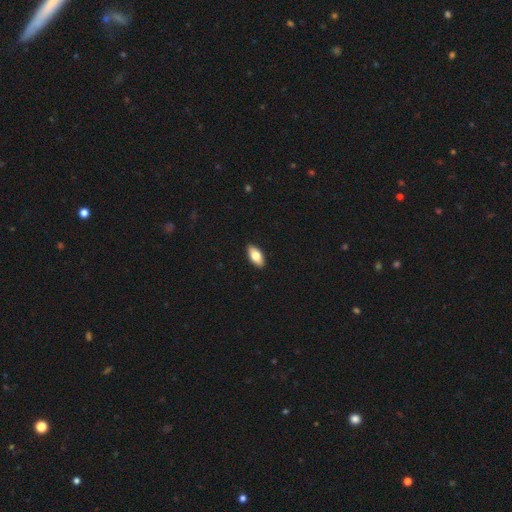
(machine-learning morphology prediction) Overall: smooth (76%). How rounded: in between (90%). Merging: none (91%).